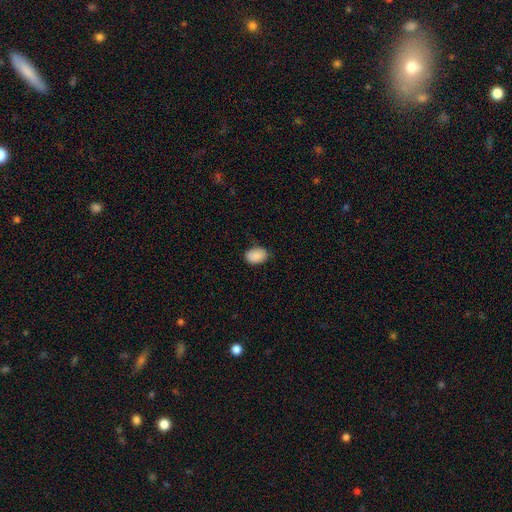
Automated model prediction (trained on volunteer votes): A smooth galaxy with no disk features (90%) that is in between round and cigar-shaped (84%).

Vote fractions:
- Smooth or featured? smooth: 90% / star or artifact: 7% / featured or disk: 3%
- How rounded? in between: 84% / round: 15% / cigar-shaped: 1%
- Merging? none: 83% / minor disturbance: 14% / major disturbance: 3% / merger: 1%